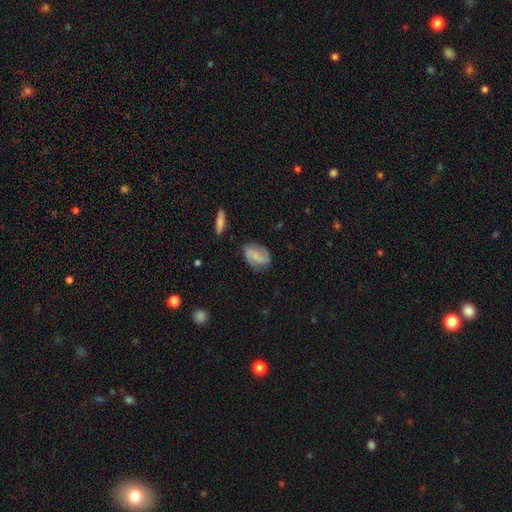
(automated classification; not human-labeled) This is possibly a featured or disk galaxy (50%). It is clearly not viewed edge-on (96%). Merging: likely none (72%).